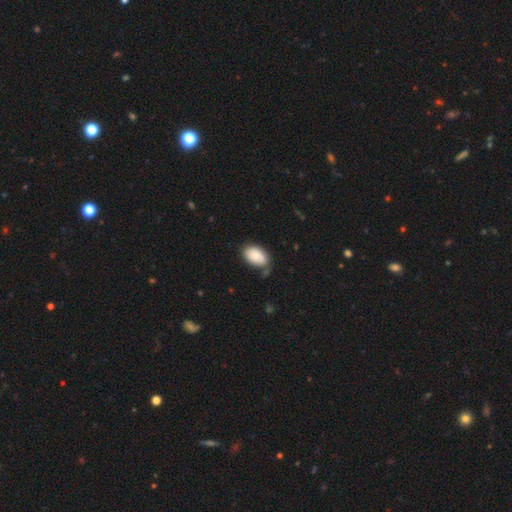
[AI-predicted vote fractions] A smooth galaxy with no disk features (83%) that is in between round and cigar-shaped (91%).

Vote fractions:
- Smooth or featured? smooth: 83% / featured or disk: 10% / star or artifact: 6%
- How rounded? in between: 91% / round: 8% / cigar-shaped: 1%
- Merging? none: 61% / minor disturbance: 27% / major disturbance: 7% / merger: 5%